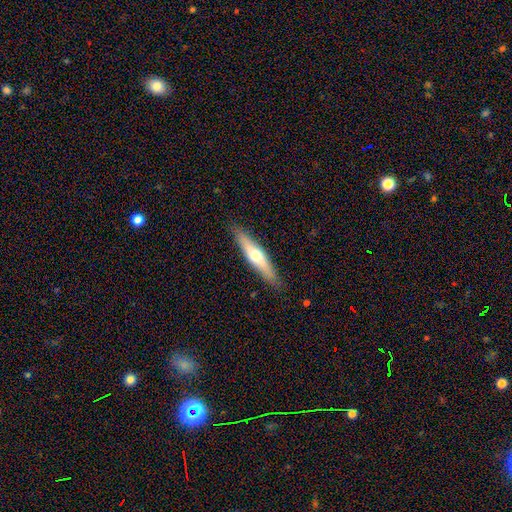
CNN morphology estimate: Smooth or featured? smooth (49%)
Merging? none (88%)